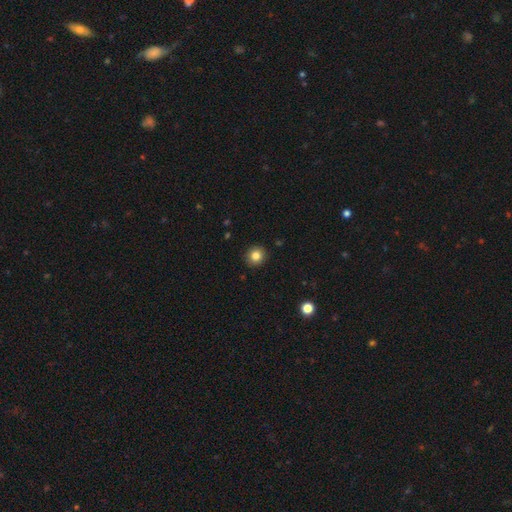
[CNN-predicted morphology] A smooth galaxy with no disk features (82%) that is round (91%). Merging: none (92%).